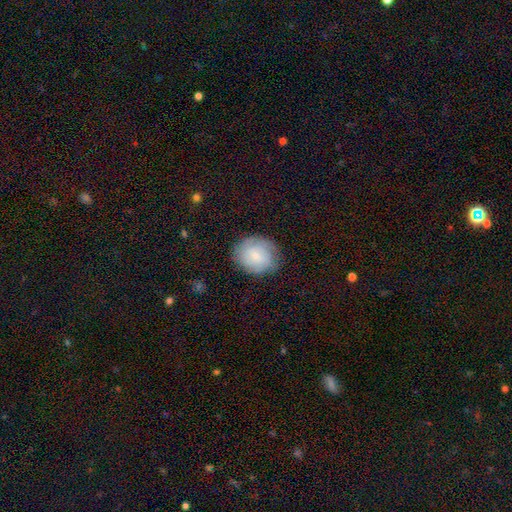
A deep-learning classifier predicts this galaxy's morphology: Q: Smooth or featured?
A: smooth (63%); runner-up: featured or disk (29%)
Q: How rounded?
A: round (75%); runner-up: in between (24%)
Q: Merging?
A: none (77%); runner-up: minor disturbance (17%)